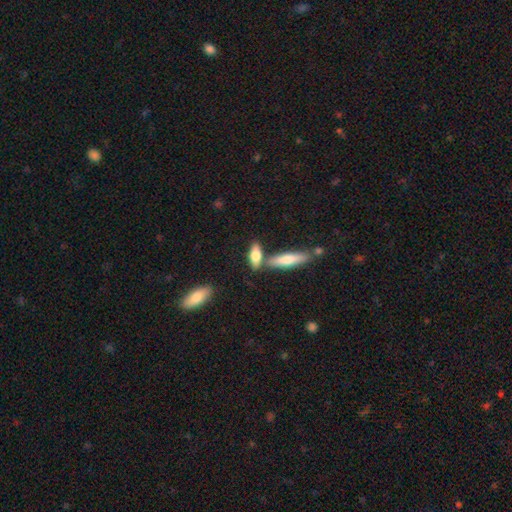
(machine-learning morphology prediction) smooth 72%, featured or disk 22%, star or artifact 6%. Down the decision tree: how rounded — in between (60%); merging — none (60%).